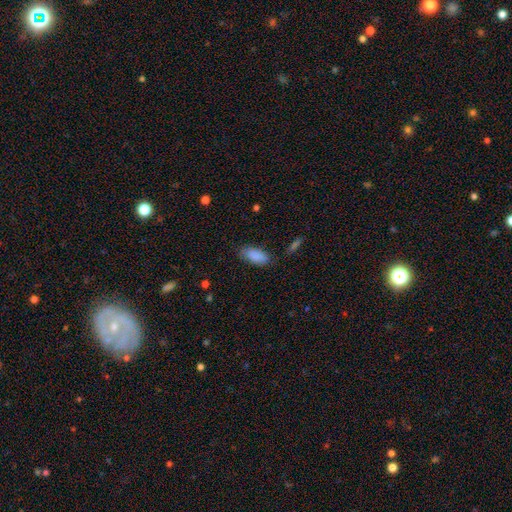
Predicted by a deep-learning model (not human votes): smooth_or_featured: smooth (p=0.88) [alt: star or artifact p=0.07]
how_rounded: in between (p=0.88) [alt: cigar-shaped p=0.10]
merging: none (p=0.78) [alt: minor disturbance p=0.16]